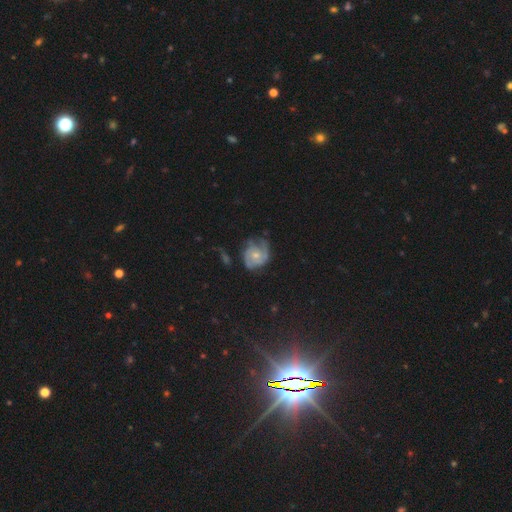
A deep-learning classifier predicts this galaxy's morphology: featured or disk 67%, smooth 25%, star or artifact 8%. Down the decision tree: edge-on disk — no (97%); bar — no (80%); spiral arms — yes (83%); spiral arm count — can't tell (32%, tied with 2); spiral winding — tight (49%); bulge size — small (49%); merging — none (48%).